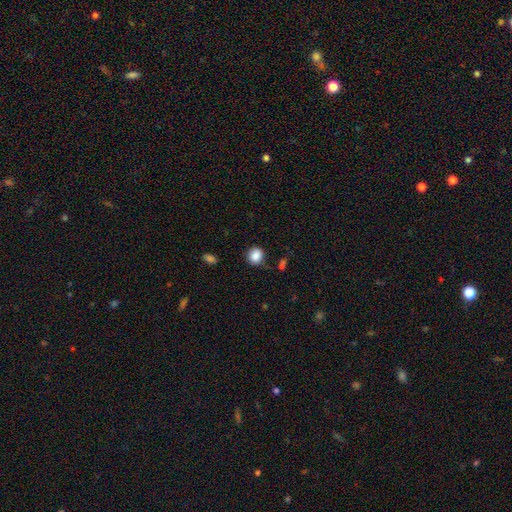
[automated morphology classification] A smooth galaxy with no disk features (87%) that is round (74%). Merging: none (78%).